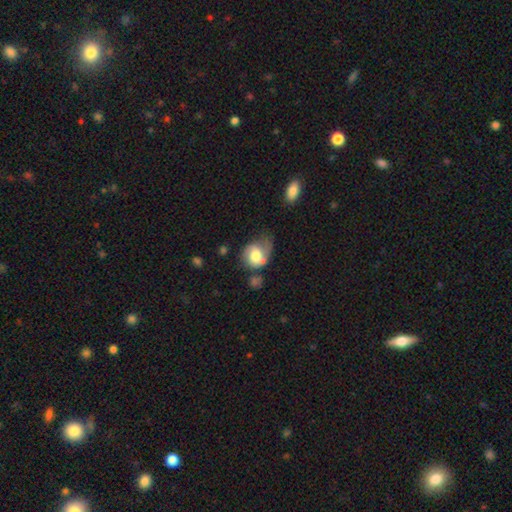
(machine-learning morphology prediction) smooth 51%, featured or disk 42%, star or artifact 7%. Down the decision tree: how rounded — round (51%); merging — minor disturbance (34%).